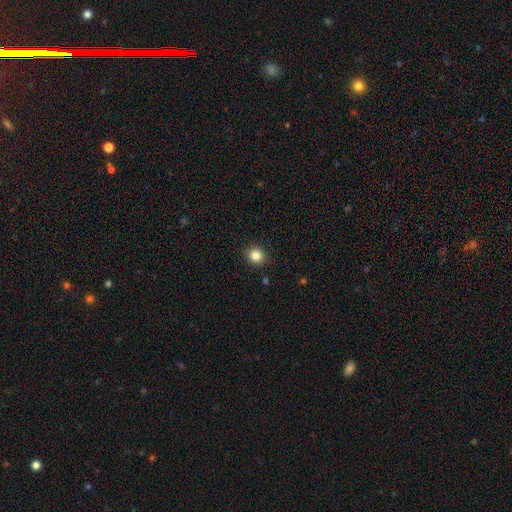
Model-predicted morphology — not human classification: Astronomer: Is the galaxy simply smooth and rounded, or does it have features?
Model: smooth — 83%.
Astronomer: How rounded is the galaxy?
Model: round — 89%.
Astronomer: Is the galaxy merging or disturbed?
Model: none — 92%.